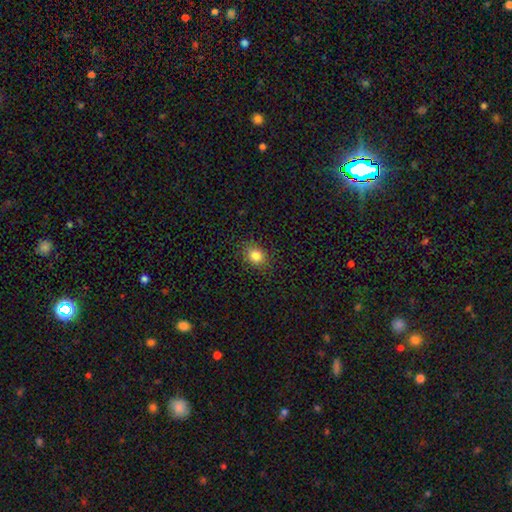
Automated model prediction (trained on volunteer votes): Q: Smooth or featured?
A: smooth (82%); runner-up: star or artifact (12%)
Q: How rounded?
A: round (54%); runner-up: in between (45%)
Q: Merging?
A: none (86%); runner-up: minor disturbance (10%)